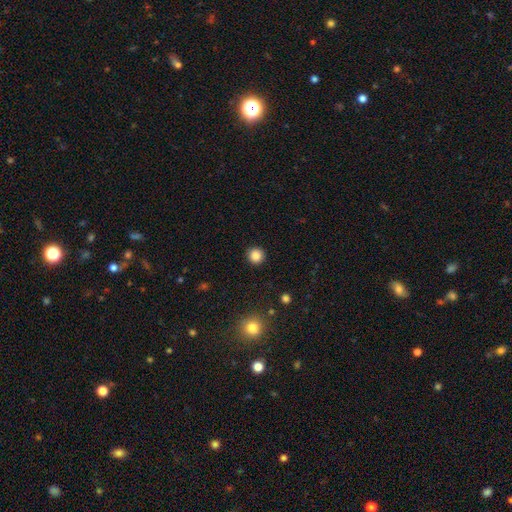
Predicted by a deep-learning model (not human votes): smooth_or_featured: smooth (p=0.86) [alt: star or artifact p=0.11]
how_rounded: round (p=0.94) [alt: in between p=0.05]
merging: none (p=0.91) [alt: minor disturbance p=0.06]